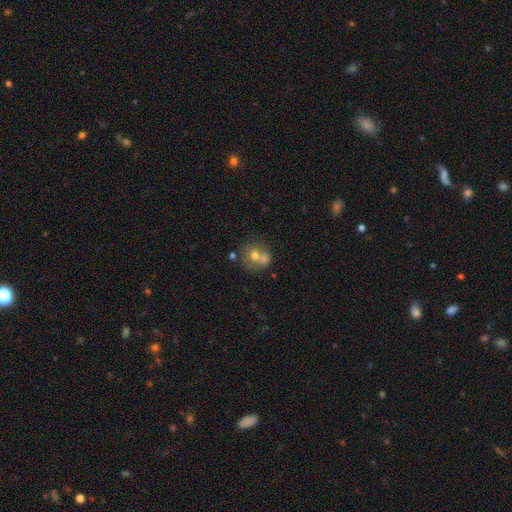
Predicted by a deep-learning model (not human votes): Smooth or featured? Predicted: smooth (p=0.61). How rounded? Predicted: round (p=0.78). Merging? Predicted: merger (p=0.46).